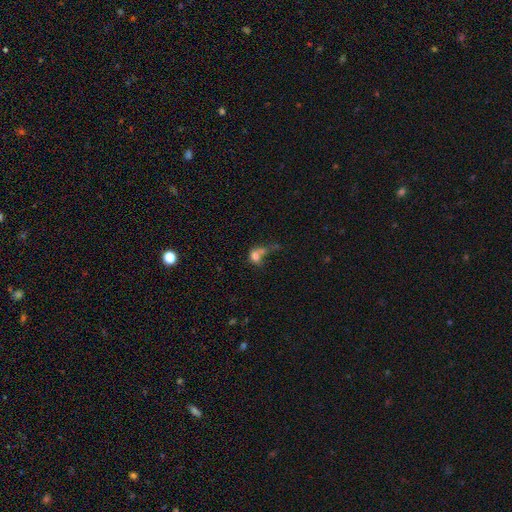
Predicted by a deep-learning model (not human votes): Smooth or featured? smooth (70%)
How rounded? in between (63%)
Merging? merger (44%)